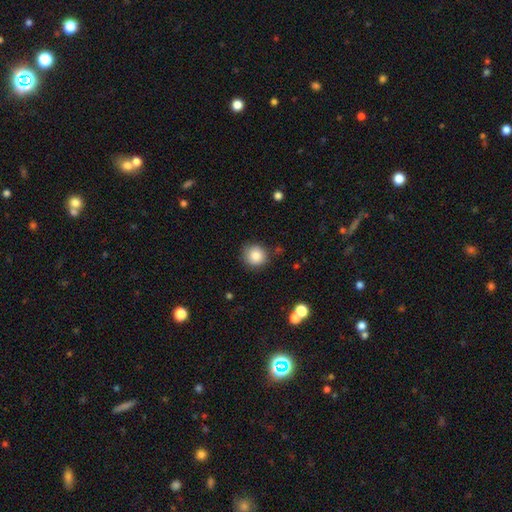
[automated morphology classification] A smooth galaxy with no disk features (85%) that is round (92%). Merging: none (83%).